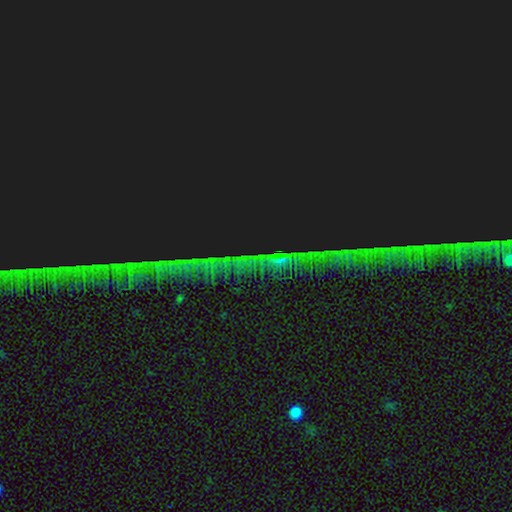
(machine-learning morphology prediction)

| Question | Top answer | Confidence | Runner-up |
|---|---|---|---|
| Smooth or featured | star or artifact | 81% | featured or disk (10%) |